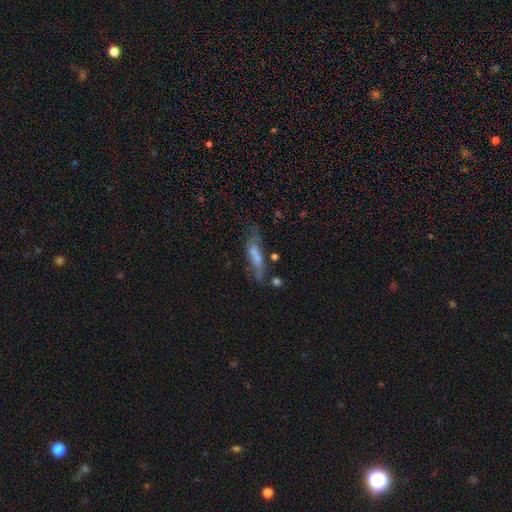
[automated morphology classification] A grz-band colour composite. It shows a smooth galaxy with no disk features (54%) that is cigar-shaped (63%). Merging: none (45%).